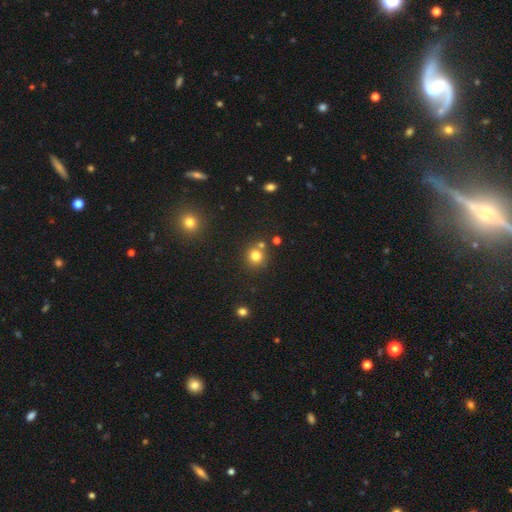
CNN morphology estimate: A smooth galaxy with no disk features (78%) that is round (90%). Merging: none (72%).